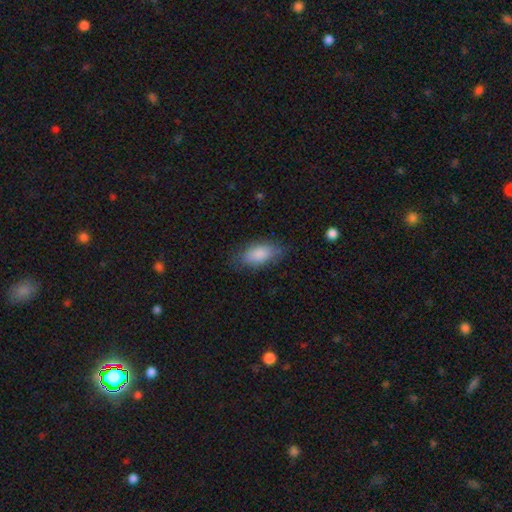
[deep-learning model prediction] Q: Smooth or featured?
A: smooth (83%); runner-up: featured or disk (10%)
Q: How rounded?
A: in between (89%); runner-up: cigar-shaped (8%)
Q: Merging?
A: none (78%); runner-up: minor disturbance (16%)